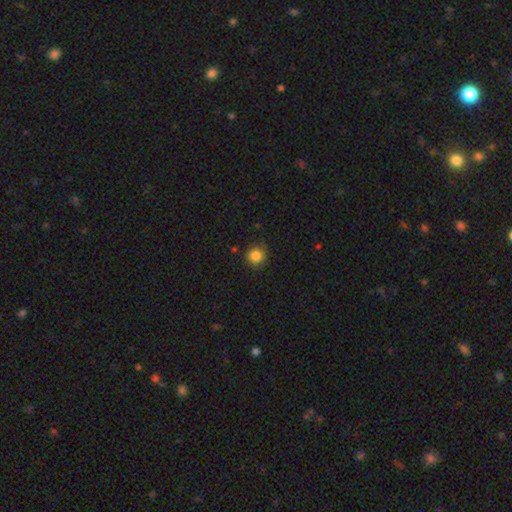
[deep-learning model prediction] Smooth or featured: smooth — 84% (star or artifact — 11%)
How rounded: round — 89% (in between — 10%)
Merging: none — 79% (minor disturbance — 16%)